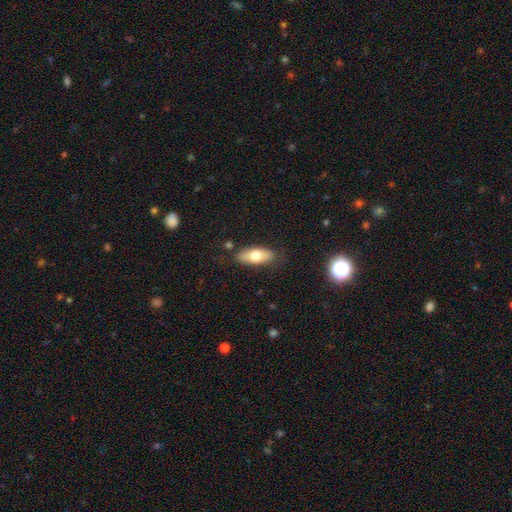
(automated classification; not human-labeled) The model was most divided on "smooth or featured": smooth: 68%, featured or disk: 25%, star or artifact: 6%. More confident: merging — none (83%); how rounded — in between (80%).